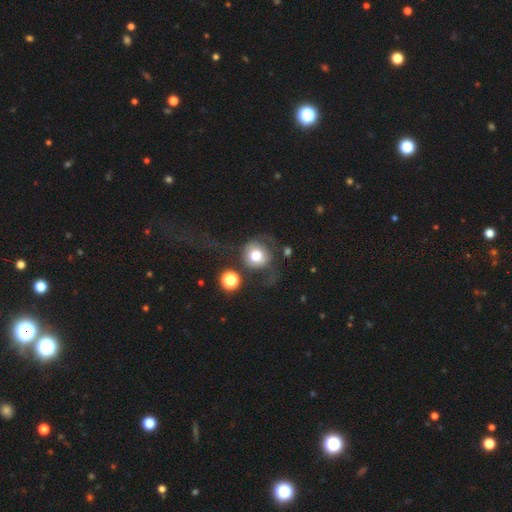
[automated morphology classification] A smooth galaxy with no disk features (61%) that is round (86%). Merging: major disturbance (38%).